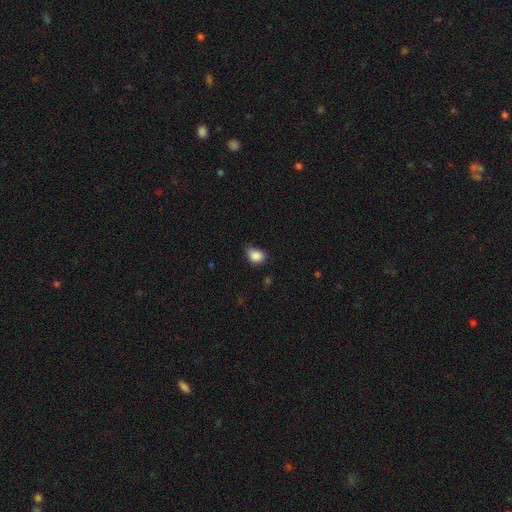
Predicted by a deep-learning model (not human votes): This is clearly a smooth galaxy (87%). How rounded: possibly in between (55%). Merging: possibly none (55%).